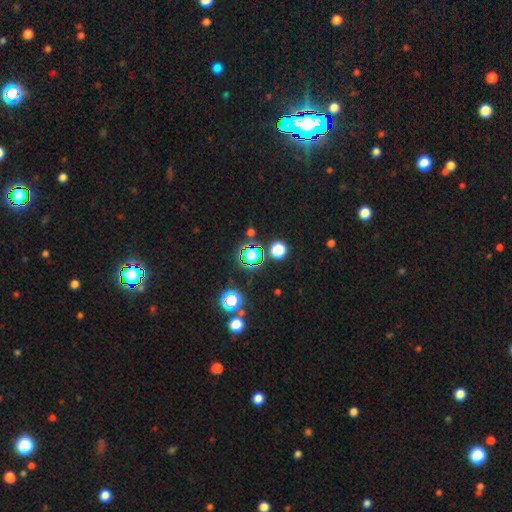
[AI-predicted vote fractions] This appears to be a star or artifact, not a galaxy (58%).